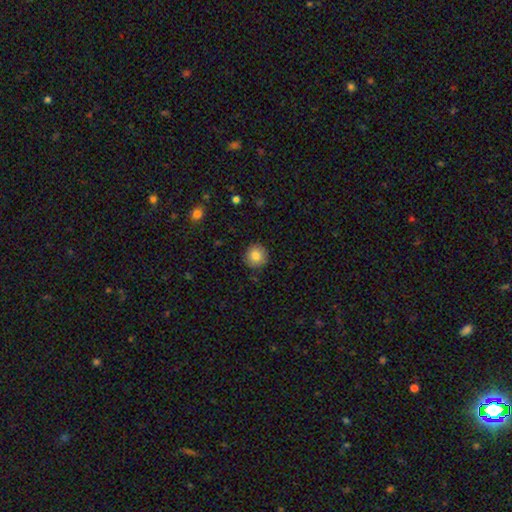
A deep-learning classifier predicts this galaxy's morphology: Smooth or featured?
  - smooth: 84% *
  - star or artifact: 9%
  - featured or disk: 7%
How rounded?
  - round: 93% *
  - in between: 6%
  - cigar-shaped: 1%
Merging?
  - none: 90% *
  - minor disturbance: 7%
  - major disturbance: 2%
  - merger: 1%